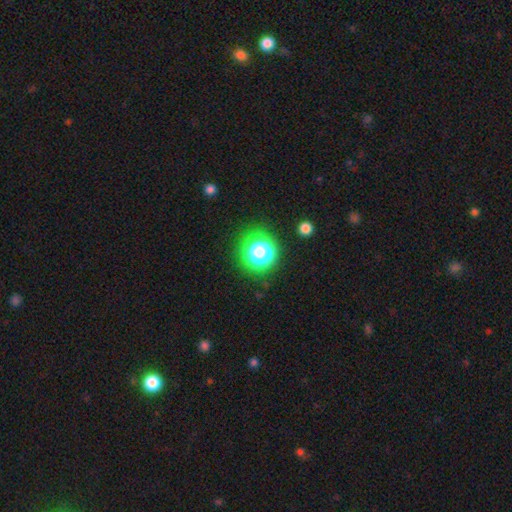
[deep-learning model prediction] A star or artifact, not a galaxy (75%).